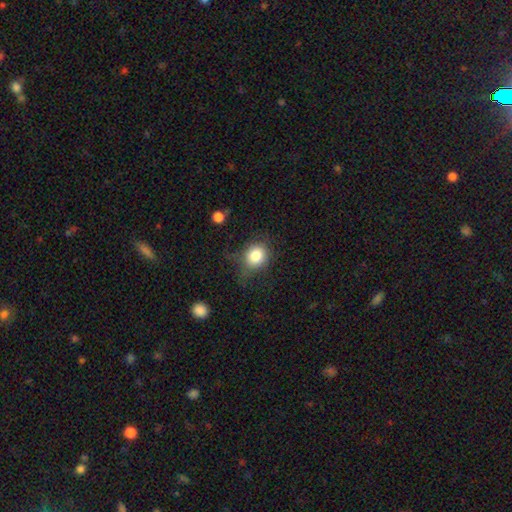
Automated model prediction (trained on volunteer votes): Smooth or featured: smooth — 81% (star or artifact — 10%)
How rounded: round — 67% (in between — 32%)
Merging: none — 60% (minor disturbance — 26%)